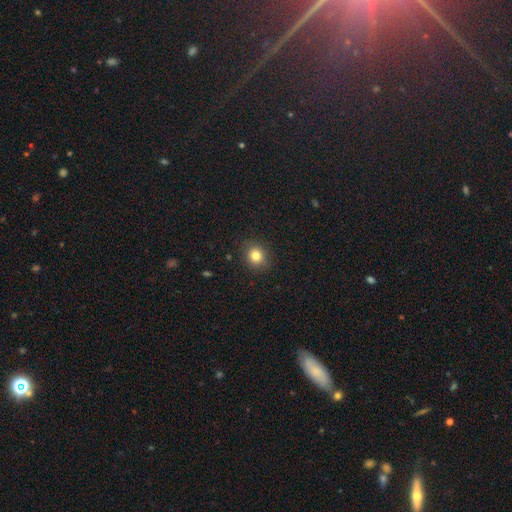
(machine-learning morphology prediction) Q: Smooth or featured?
A: smooth (82%); runner-up: star or artifact (12%)
Q: How rounded?
A: round (79%); runner-up: in between (20%)
Q: Merging?
A: none (89%); runner-up: minor disturbance (8%)